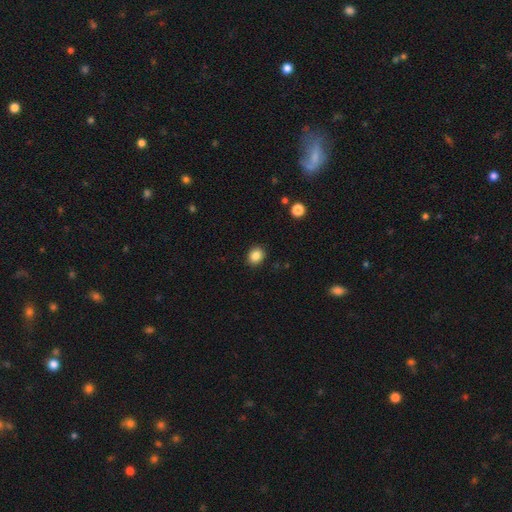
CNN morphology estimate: Smooth or featured?
  - smooth: 86% *
  - star or artifact: 10%
  - featured or disk: 4%
How rounded?
  - round: 58% *
  - in between: 41%
  - cigar-shaped: 1%
Merging?
  - none: 90% *
  - minor disturbance: 7%
  - major disturbance: 2%
  - merger: 1%